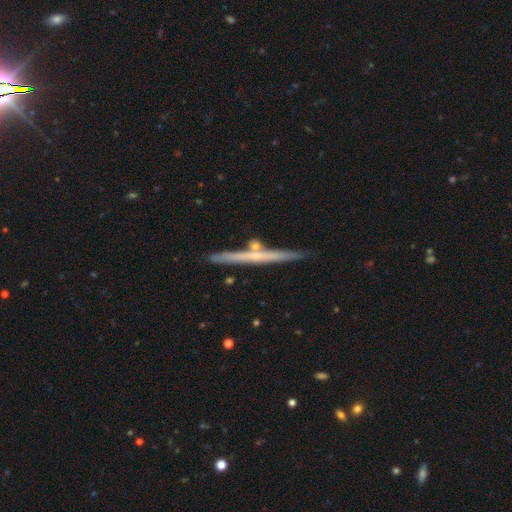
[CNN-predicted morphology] Overall: featured or disk (64%; smooth 30%). Edge-on disk: yes (97%). Edge-on bulge: none (63%; rounded 32%). Merging: none (82%).